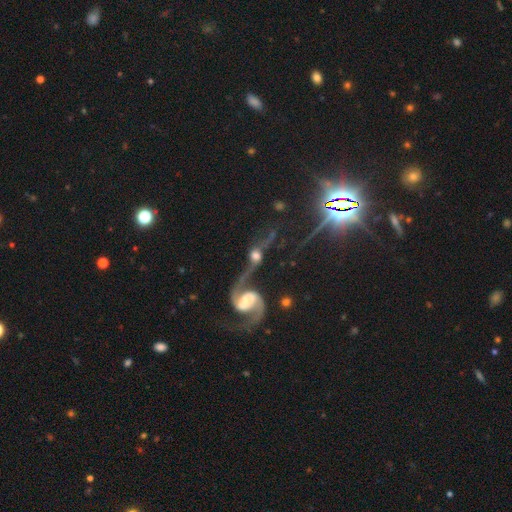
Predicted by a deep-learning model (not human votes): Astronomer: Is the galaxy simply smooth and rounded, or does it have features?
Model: featured or disk — 71%.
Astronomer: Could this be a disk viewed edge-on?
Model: no — 84%.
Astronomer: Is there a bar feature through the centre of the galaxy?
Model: no — 49% (runner-up: weak, 35%).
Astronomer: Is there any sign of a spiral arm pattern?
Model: yes — 84%.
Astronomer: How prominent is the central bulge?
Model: moderate — 44% (runner-up: large, 24%).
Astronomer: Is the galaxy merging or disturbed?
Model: merger — 45% (runner-up: none, 29%).